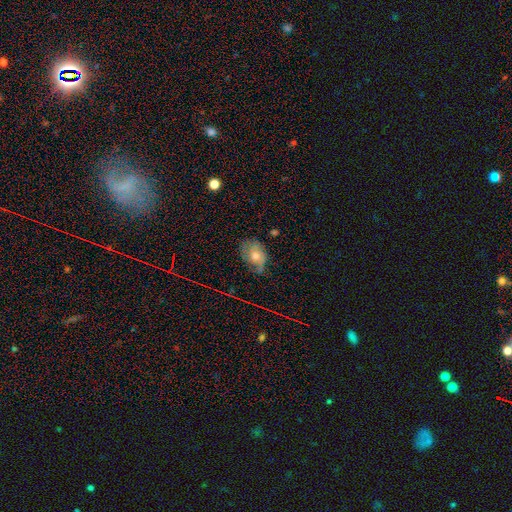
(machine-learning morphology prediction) Smooth or featured? Predicted: featured or disk (p=0.45). Merging? Predicted: none (p=0.57).